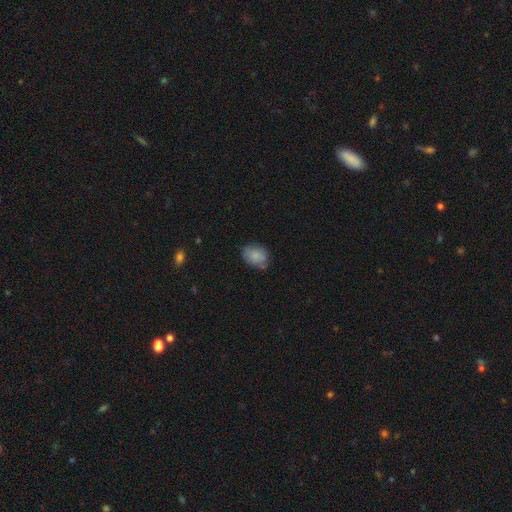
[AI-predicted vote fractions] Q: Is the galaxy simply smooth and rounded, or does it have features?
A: smooth — 79%.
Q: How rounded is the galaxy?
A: in between — 68%.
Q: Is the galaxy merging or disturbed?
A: none — 67%.